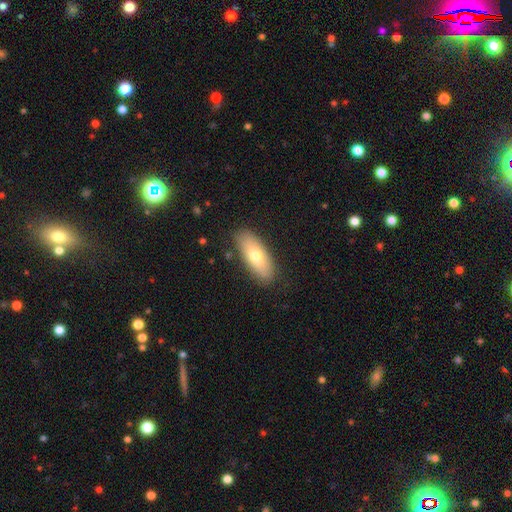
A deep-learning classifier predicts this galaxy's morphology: A smooth galaxy with no disk features (70%) that is in between round and cigar-shaped (80%).

Vote fractions:
- Smooth or featured? smooth: 70% / featured or disk: 24% / star or artifact: 6%
- How rounded? in between: 80% / cigar-shaped: 18% / round: 2%
- Merging? none: 84% / minor disturbance: 12% / major disturbance: 3% / merger: 1%